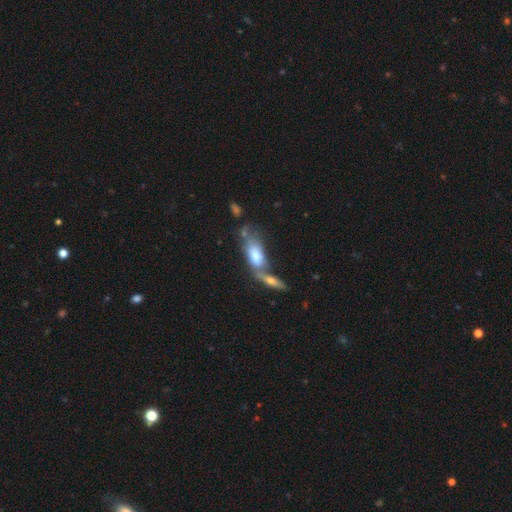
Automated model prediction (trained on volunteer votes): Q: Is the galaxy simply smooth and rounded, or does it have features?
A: smooth — 64%.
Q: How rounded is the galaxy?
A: in between — 81%.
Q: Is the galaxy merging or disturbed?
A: merger — 49%.